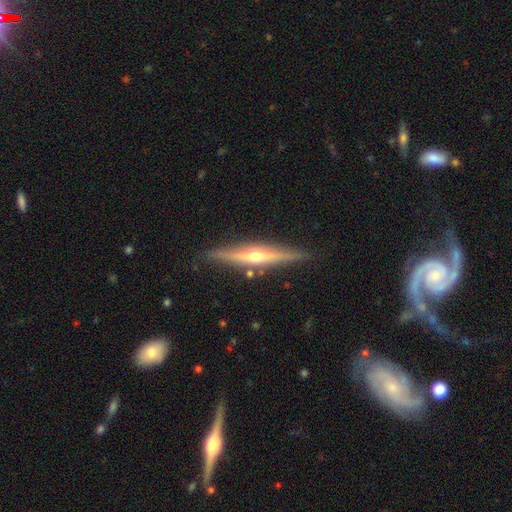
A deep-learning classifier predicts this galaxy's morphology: Smooth or featured: featured or disk — 76% (smooth — 18%)
Edge-on disk: yes — 97% (no — 3%)
Edge-on bulge: rounded — 88% (none — 8%)
Merging: none — 87% (minor disturbance — 9%)